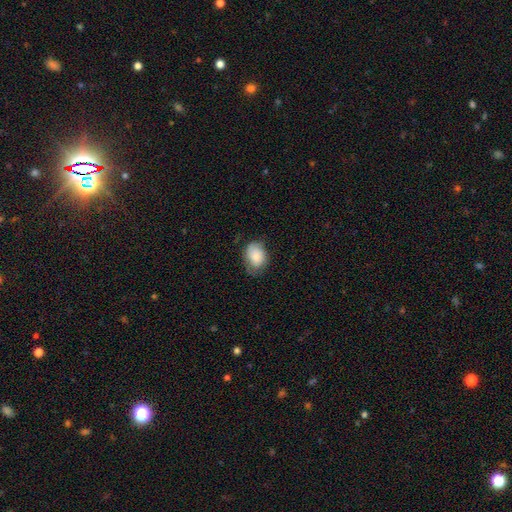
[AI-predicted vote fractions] smooth-or-featured: smooth: 76% | featured or disk: 17% | star or artifact: 7%
  how-rounded: in between: 70% | round: 29% | cigar-shaped: 1%
  merging: none: 58% | minor disturbance: 31% | major disturbance: 9% | merger: 1%